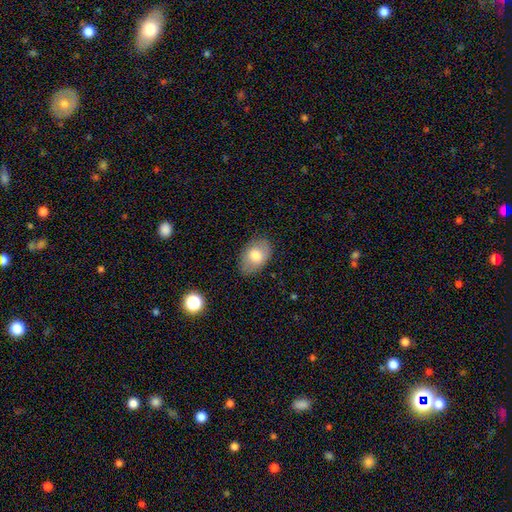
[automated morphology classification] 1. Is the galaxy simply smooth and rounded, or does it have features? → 73% smooth, 19% featured or disk, 7% star or artifact.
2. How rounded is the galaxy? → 88% in between, 11% round, 1% cigar-shaped.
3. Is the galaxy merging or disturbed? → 81% none, 14% minor disturbance, 3% major disturbance, 1% merger.